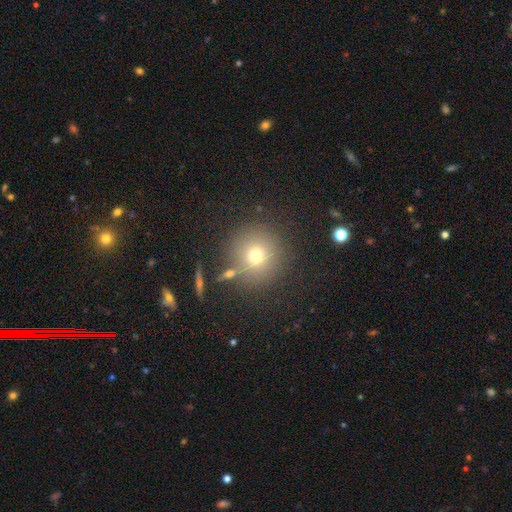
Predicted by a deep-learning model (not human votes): smooth-or-featured: smooth: 70% | star or artifact: 18% | featured or disk: 12%
  how-rounded: round: 94% | in between: 5% | cigar-shaped: 1%
  merging: none: 81% | minor disturbance: 9% | merger: 7% | major disturbance: 4%